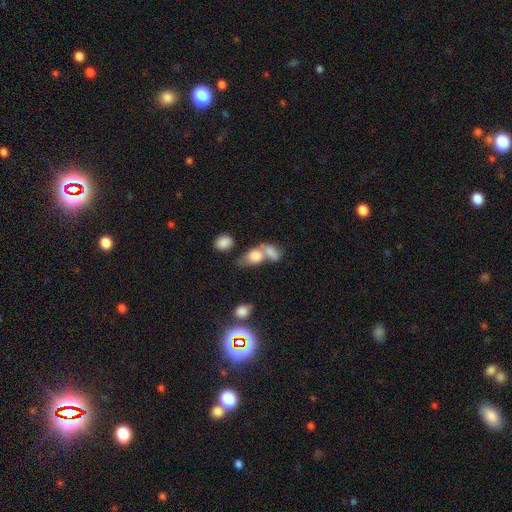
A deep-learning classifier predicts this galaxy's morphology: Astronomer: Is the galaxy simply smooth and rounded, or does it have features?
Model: smooth — 76%.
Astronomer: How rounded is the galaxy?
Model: in between — 74%.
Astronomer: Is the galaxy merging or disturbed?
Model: merger — 63%.